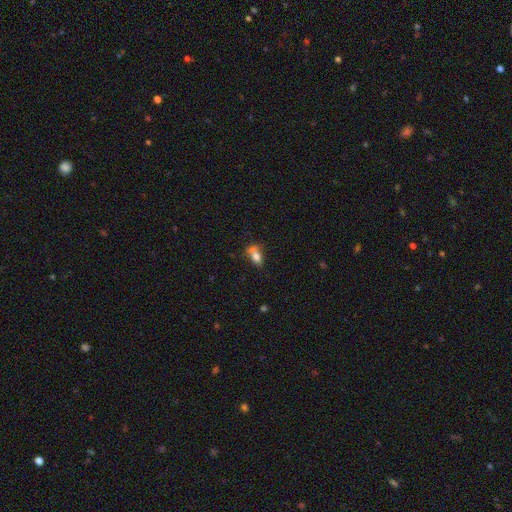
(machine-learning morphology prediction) The model was most divided on "merging": none: 35%, merger: 33%, minor disturbance: 21%, major disturbance: 11%. More confident: how rounded — in between (78%); smooth or featured — smooth (74%).